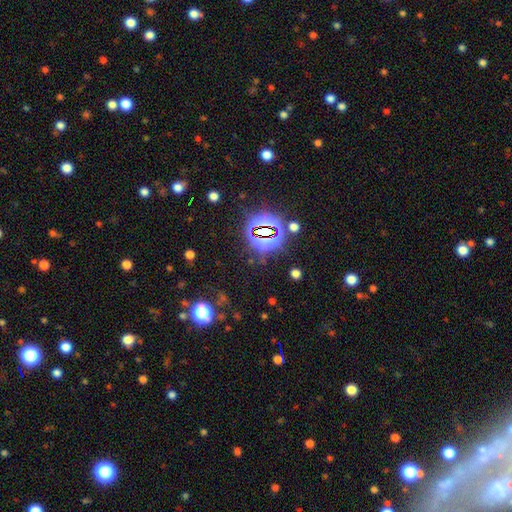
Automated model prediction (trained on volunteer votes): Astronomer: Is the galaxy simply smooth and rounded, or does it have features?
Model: star or artifact — 83%.